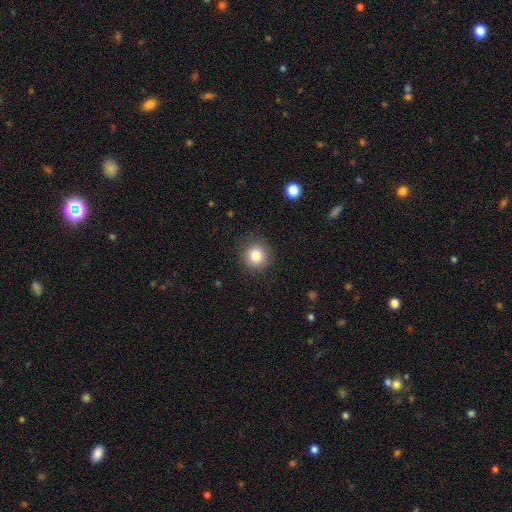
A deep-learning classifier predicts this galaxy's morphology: A smooth galaxy with no disk features (83%) that is round (93%). Merging: none (89%).